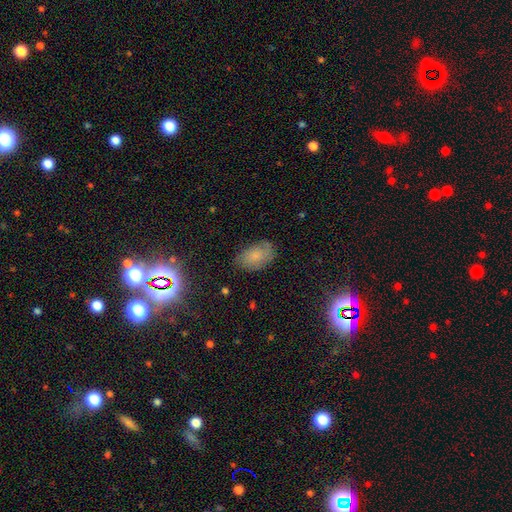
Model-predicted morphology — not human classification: Overall: smooth (55%; featured or disk 28%). How rounded: in between (89%). Merging: none (69%).